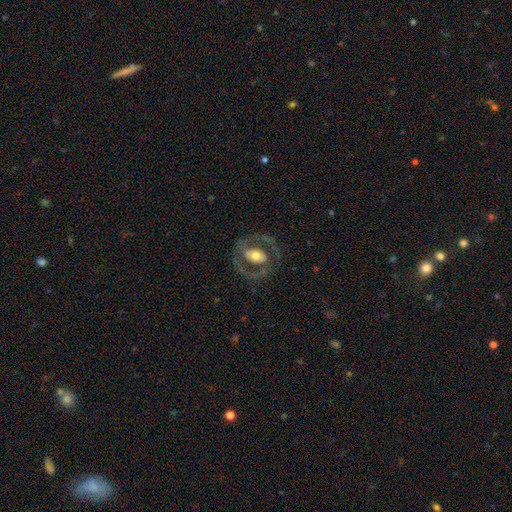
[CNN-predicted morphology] This is likely a featured or disk galaxy (66%). It is clearly not viewed edge-on (94%). Bar: possibly no (53%). Spiral arm pattern: possibly no (58%). Central bulge: likely moderate (60%). Merging: likely none (73%).